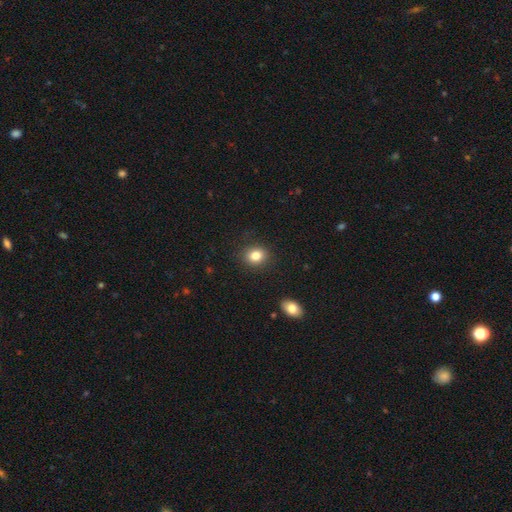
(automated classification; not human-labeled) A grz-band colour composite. It shows a smooth galaxy with no disk features (83%) that is round (64%). Merging: none (88%).